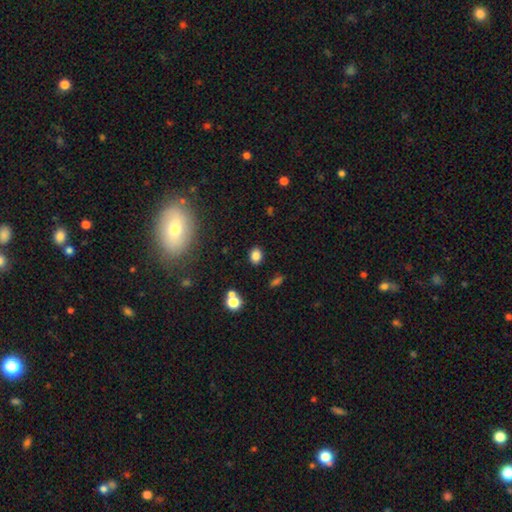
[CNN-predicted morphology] This is clearly a smooth galaxy (82%). How rounded: possibly in between (56%). Merging: clearly none (86%).